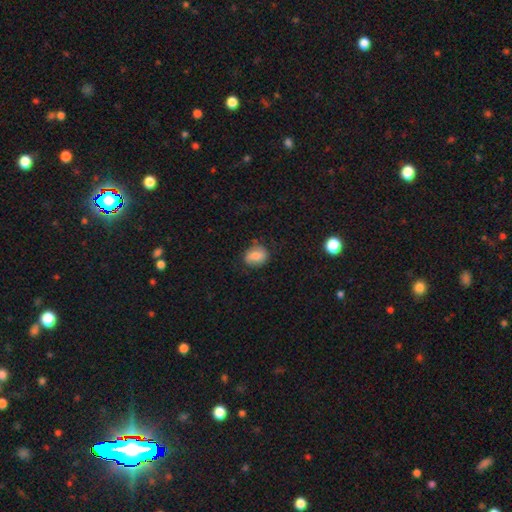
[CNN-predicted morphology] Overall: smooth (75%). How rounded: round (51%; in between 48%). Merging: none (68%).